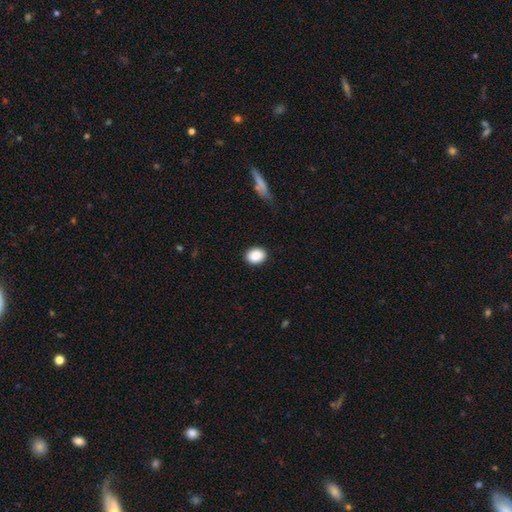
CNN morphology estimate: The model was most divided on "how rounded": in between: 56%, round: 43%, cigar-shaped: 1%. More confident: smooth or featured — smooth (89%); merging — none (88%).